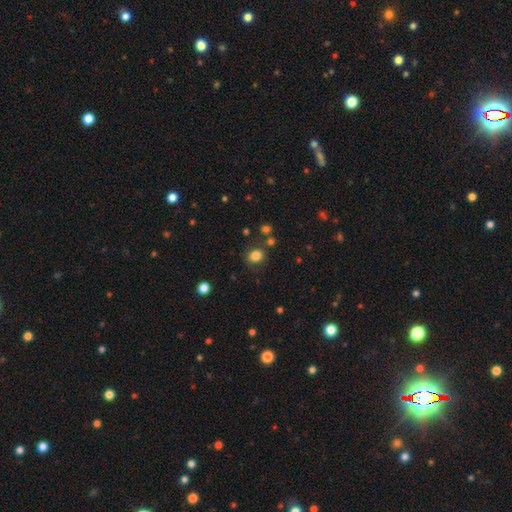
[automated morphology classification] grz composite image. It shows a smooth galaxy with no disk features (82%) that is round (63%). Merging: none (79%).